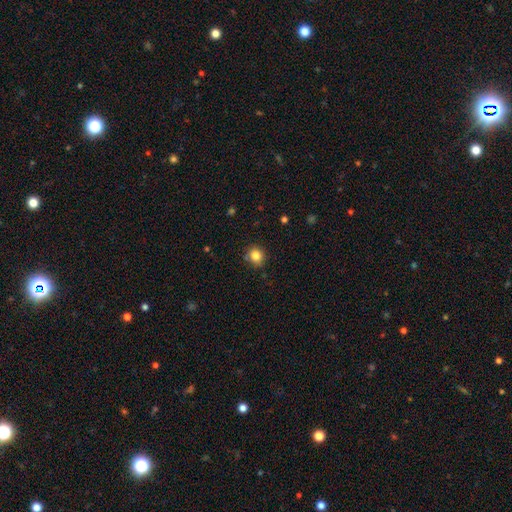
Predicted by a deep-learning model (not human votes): Smooth or featured? Predicted: smooth (p=0.83). How rounded? Predicted: round (p=0.83). Merging? Predicted: none (p=0.84).